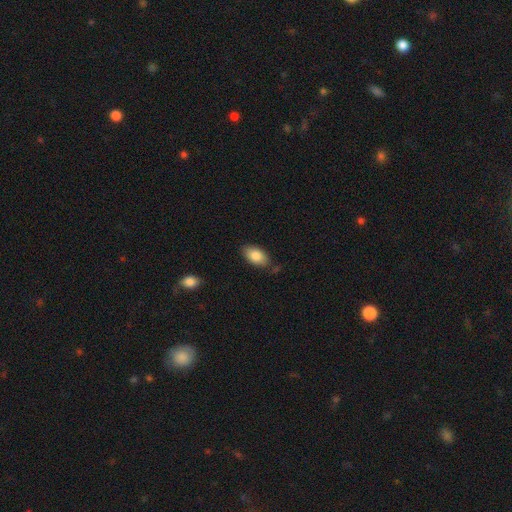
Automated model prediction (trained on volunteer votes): Smooth or featured?
  - smooth: 85% *
  - featured or disk: 8%
  - star or artifact: 7%
How rounded?
  - in between: 93% *
  - round: 5%
  - cigar-shaped: 2%
Merging?
  - none: 77% *
  - minor disturbance: 16%
  - major disturbance: 3%
  - merger: 3%